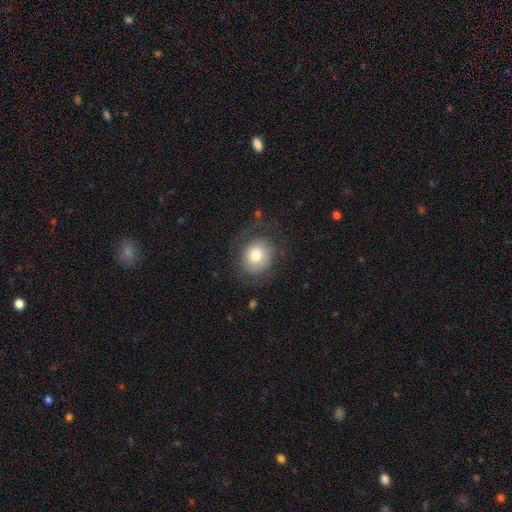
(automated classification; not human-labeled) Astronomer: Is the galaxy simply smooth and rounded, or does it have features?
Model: smooth — 67%.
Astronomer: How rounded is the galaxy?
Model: round — 66%.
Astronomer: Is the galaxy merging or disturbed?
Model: none — 62%.